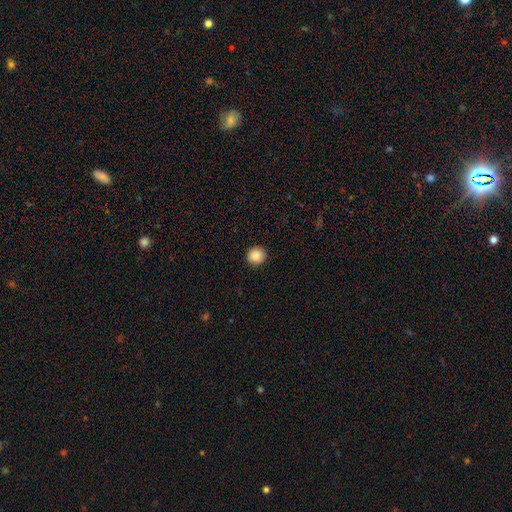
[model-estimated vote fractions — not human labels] smooth-or-featured: smooth: 89% | star or artifact: 9% | featured or disk: 3%
  how-rounded: round: 93% | in between: 6% | cigar-shaped: 1%
  merging: none: 91% | minor disturbance: 6% | major disturbance: 2% | merger: 1%